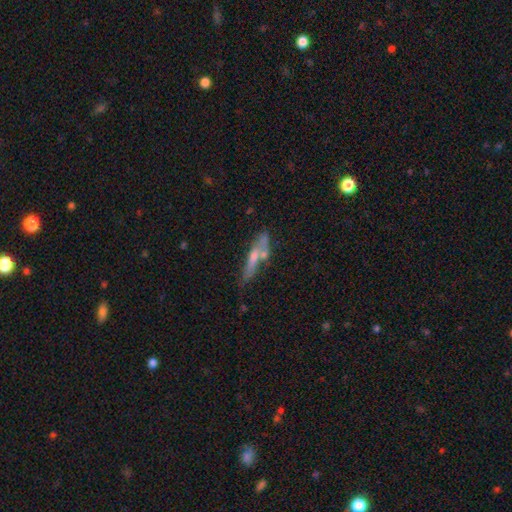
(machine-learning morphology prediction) Smooth or featured? Predicted: smooth (p=0.47). Merging? Predicted: none (p=0.57).